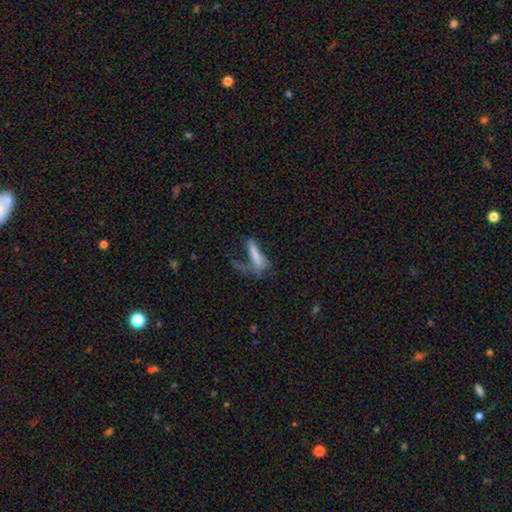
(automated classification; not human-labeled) The model was most divided on "merging": major disturbance: 46%, none: 27%, minor disturbance: 18%, merger: 8%. More confident: how rounded — cigar-shaped (76%); smooth or featured — smooth (65%).